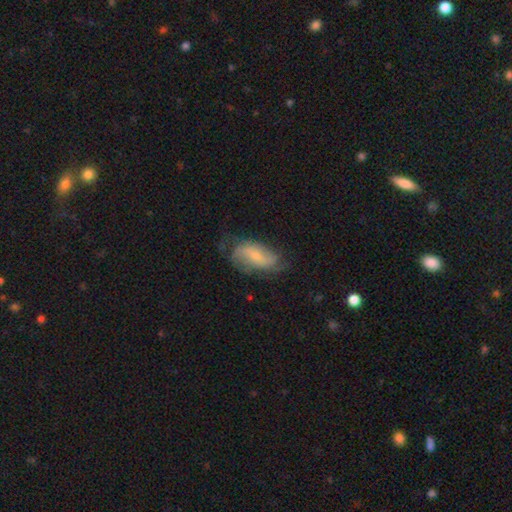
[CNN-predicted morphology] smooth-or-featured: featured or disk: 58% | smooth: 35% | star or artifact: 8%
  disk-edge-on: no: 93% | yes: 7%
    bar: no: 43% | weak: 39% | strong: 18%
    has-spiral-arms: yes: 82% | no: 18%
    bulge-size: small: 65% | moderate: 27% | none: 5% | large: 2% | dominant: 1%
  merging: none: 57% | minor disturbance: 28% | major disturbance: 14% | merger: 2%